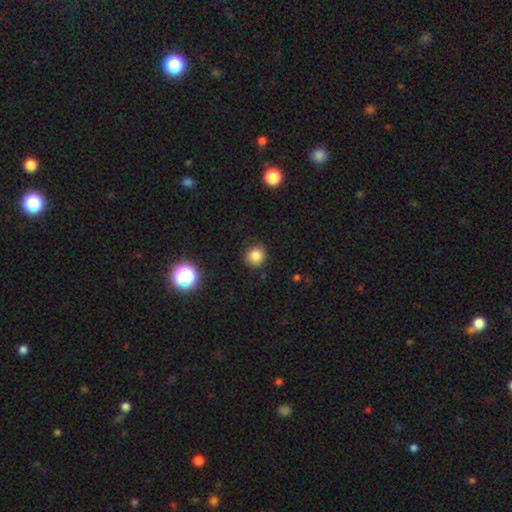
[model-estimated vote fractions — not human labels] Overall: smooth (83%). How rounded: round (90%). Merging: none (88%).